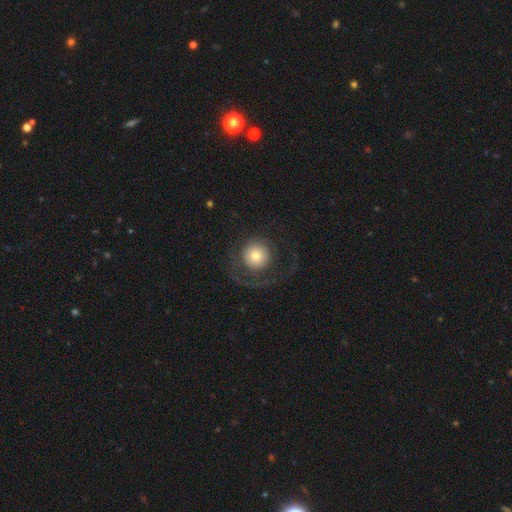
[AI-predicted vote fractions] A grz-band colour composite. It shows a smooth galaxy with no disk features (59%) that is round (94%). Merging: none (60%).